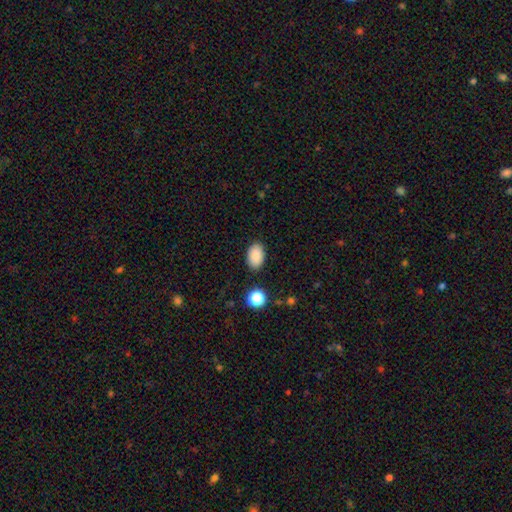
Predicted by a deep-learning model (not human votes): A smooth galaxy with no disk features (88%) that is in between round and cigar-shaped (90%). Merging: none (87%).